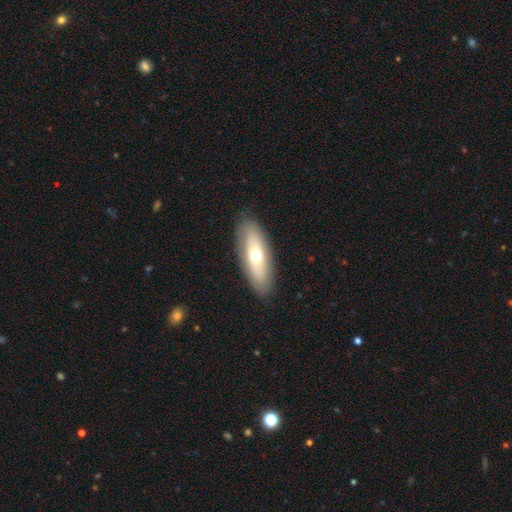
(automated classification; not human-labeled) Smooth or featured? smooth (58%)
How rounded? in between (69%)
Merging? none (87%)